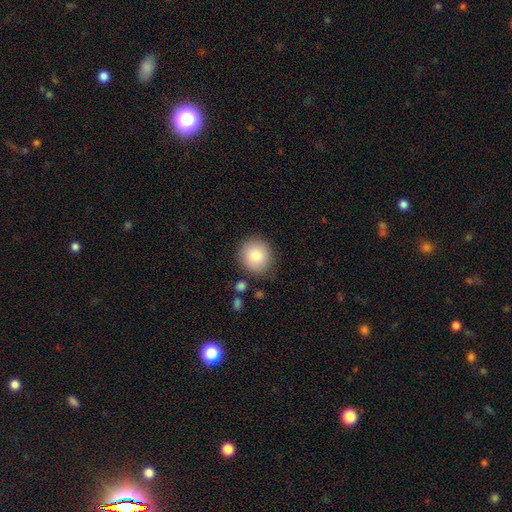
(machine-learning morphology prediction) smooth-or-featured: smooth: 86% | star or artifact: 7% | featured or disk: 6%
  how-rounded: round: 86% | in between: 13% | cigar-shaped: 1%
  merging: none: 82% | minor disturbance: 11% | major disturbance: 3% | merger: 3%